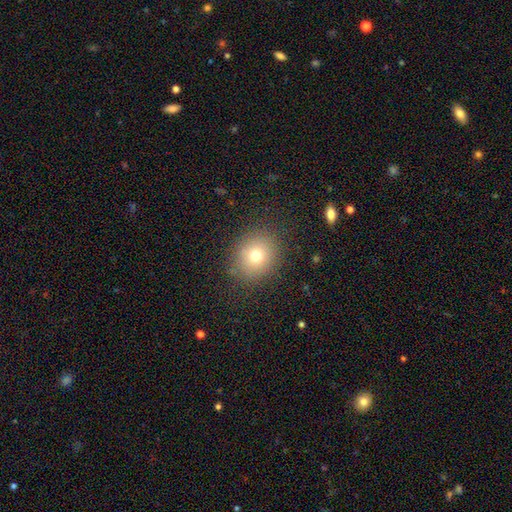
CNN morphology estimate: Smooth or featured? smooth (73%)
How rounded? round (75%)
Merging? none (86%)